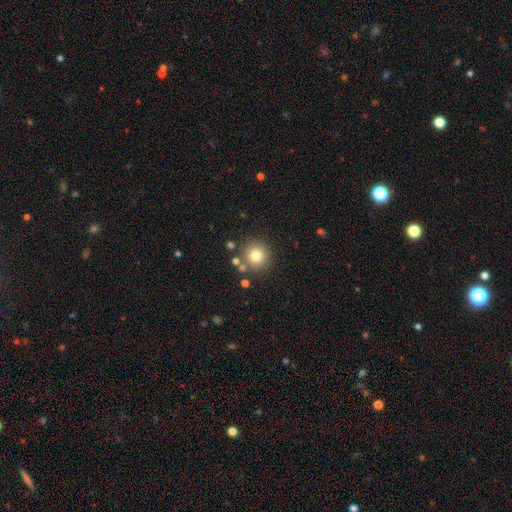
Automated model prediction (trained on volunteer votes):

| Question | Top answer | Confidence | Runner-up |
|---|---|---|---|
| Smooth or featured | smooth | 78% | star or artifact (13%) |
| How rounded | round | 94% | in between (5%) |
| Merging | none | 82% | minor disturbance (8%) |